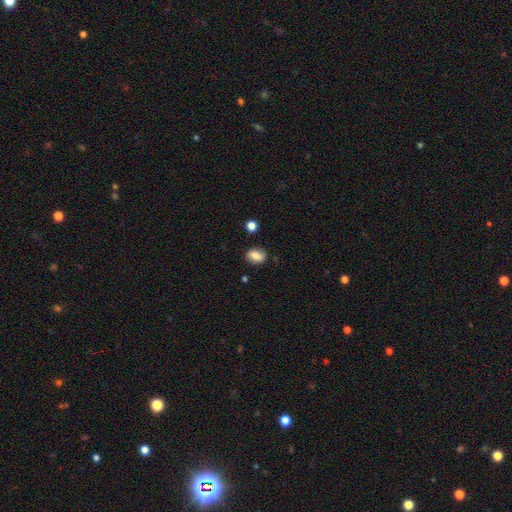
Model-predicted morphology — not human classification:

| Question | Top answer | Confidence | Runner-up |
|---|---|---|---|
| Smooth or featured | smooth | 75% | featured or disk (16%) |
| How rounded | in between | 72% | round (25%) |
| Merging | none | 81% | minor disturbance (13%) |